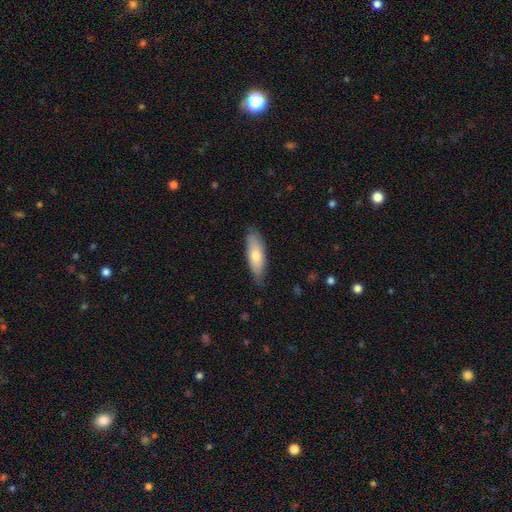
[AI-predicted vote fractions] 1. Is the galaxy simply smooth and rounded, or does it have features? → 73% smooth, 22% featured or disk, 5% star or artifact.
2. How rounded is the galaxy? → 57% in between, 41% cigar-shaped, 2% round.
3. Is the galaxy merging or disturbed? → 78% none, 18% minor disturbance, 3% major disturbance, 1% merger.